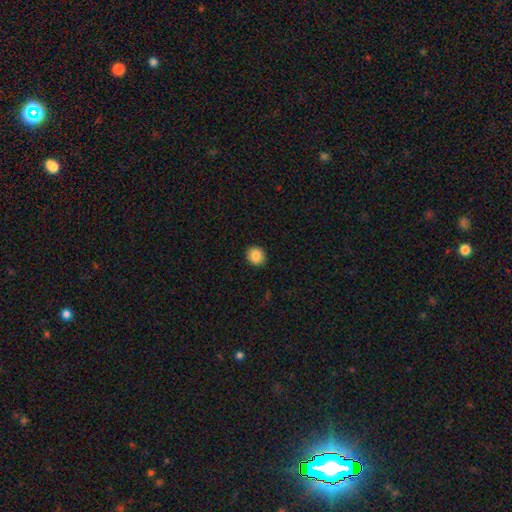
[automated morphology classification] Smooth or featured: smooth — 87% (star or artifact — 9%)
How rounded: round — 78% (in between — 21%)
Merging: none — 91% (minor disturbance — 6%)